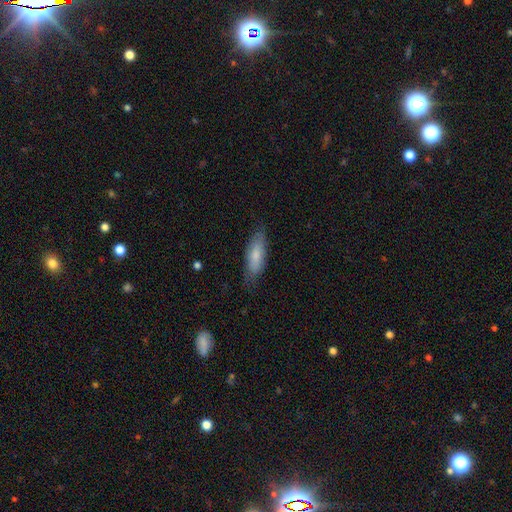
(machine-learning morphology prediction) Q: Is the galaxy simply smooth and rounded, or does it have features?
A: smooth — 74%.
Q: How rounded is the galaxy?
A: in between — 58%.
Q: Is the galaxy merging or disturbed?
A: none — 74%.